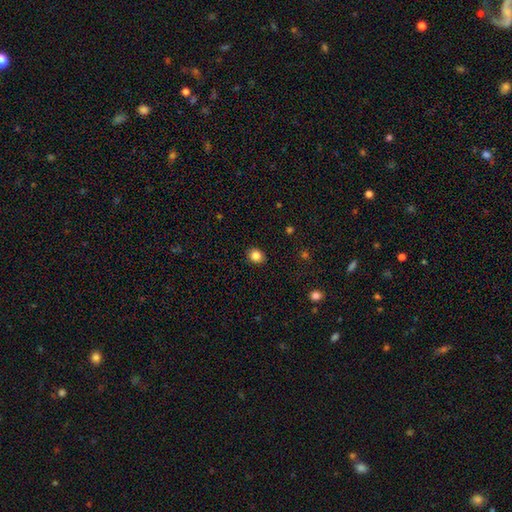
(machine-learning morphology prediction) type=smooth (85%); roundness=round (64%); merging=none (89%).